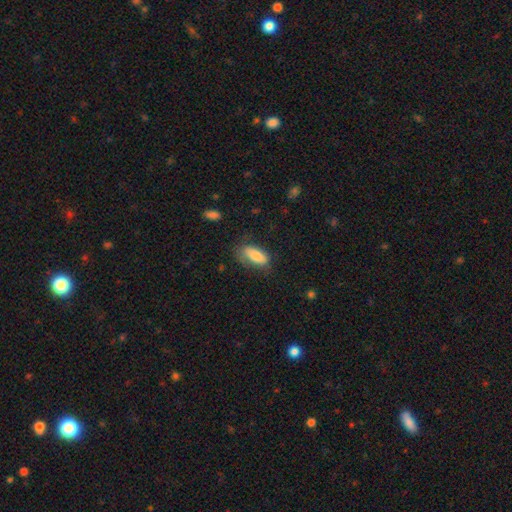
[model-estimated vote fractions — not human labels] Smooth or featured?
  - smooth: 83% *
  - featured or disk: 11%
  - star or artifact: 7%
How rounded?
  - in between: 82% *
  - cigar-shaped: 16%
  - round: 2%
Merging?
  - none: 63% *
  - minor disturbance: 25%
  - major disturbance: 10%
  - merger: 2%